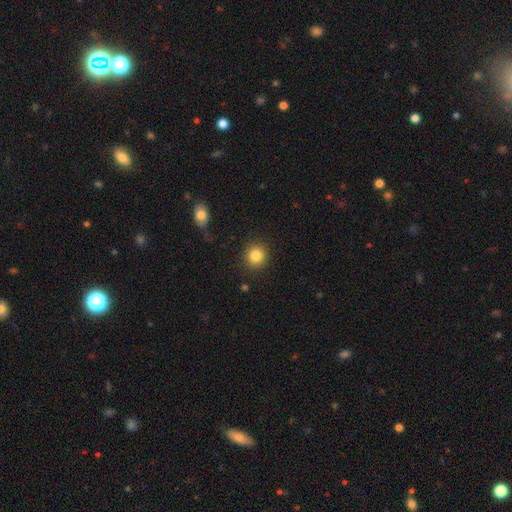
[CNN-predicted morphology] The model was most divided on "smooth or featured": smooth: 84%, star or artifact: 10%, featured or disk: 6%. More confident: how rounded — round (91%); merging — none (89%).